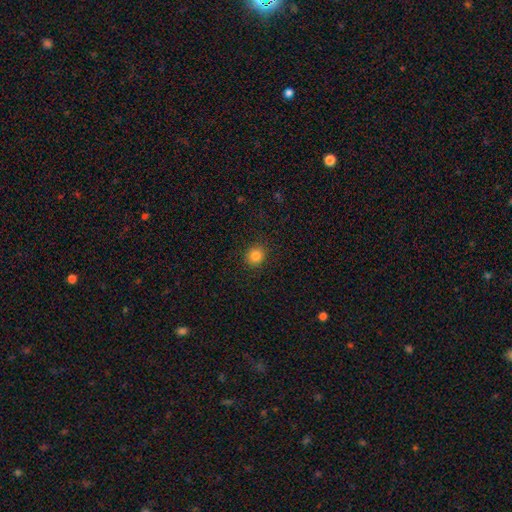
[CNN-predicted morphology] The model was most divided on "how rounded": round: 82%, in between: 17%, cigar-shaped: 1%. More confident: merging — none (90%); smooth or featured — smooth (83%).